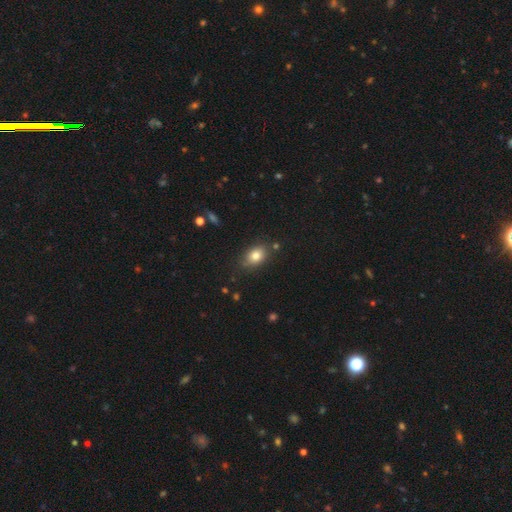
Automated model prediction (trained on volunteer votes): A smooth galaxy with no disk features (80%) that is in between round and cigar-shaped (76%). Merging: none (77%).